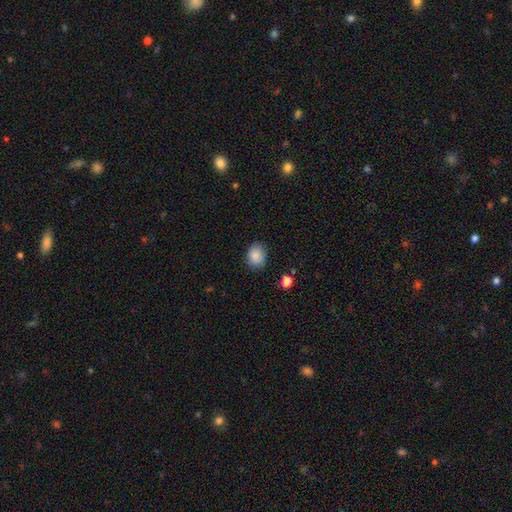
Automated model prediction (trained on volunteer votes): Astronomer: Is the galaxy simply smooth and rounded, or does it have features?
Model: smooth — 87%.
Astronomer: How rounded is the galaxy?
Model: round — 51% (runner-up: in between, 48%).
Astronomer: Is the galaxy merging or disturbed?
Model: none — 83%.